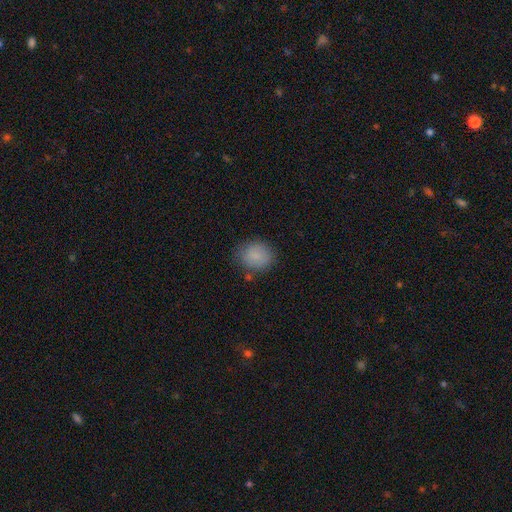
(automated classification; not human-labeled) Smooth or featured?
  - smooth: 85% *
  - star or artifact: 9%
  - featured or disk: 7%
How rounded?
  - round: 68% *
  - in between: 31%
  - cigar-shaped: 1%
Merging?
  - none: 78% *
  - minor disturbance: 16%
  - major disturbance: 4%
  - merger: 2%